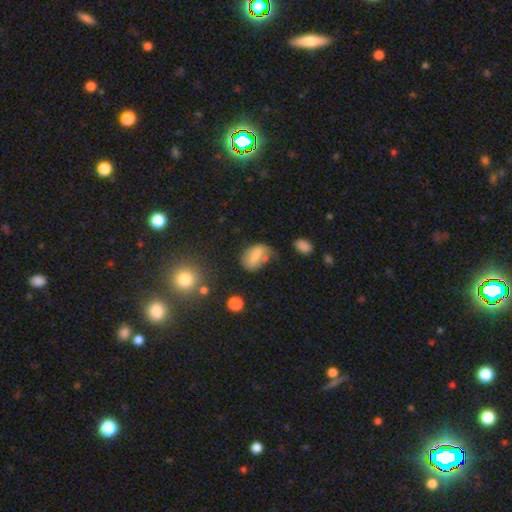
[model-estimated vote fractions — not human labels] This appears to be a smooth galaxy with no disk features (66%) that is in between round and cigar-shaped (84%). Merging: none (44%).